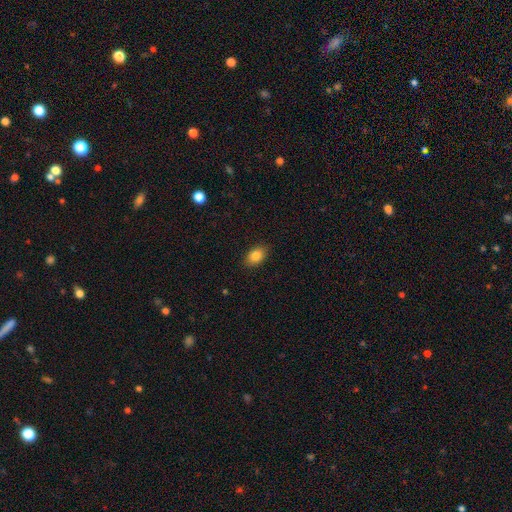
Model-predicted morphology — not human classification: A smooth galaxy with no disk features (84%) that is in between round and cigar-shaped (83%). Merging: none (88%).